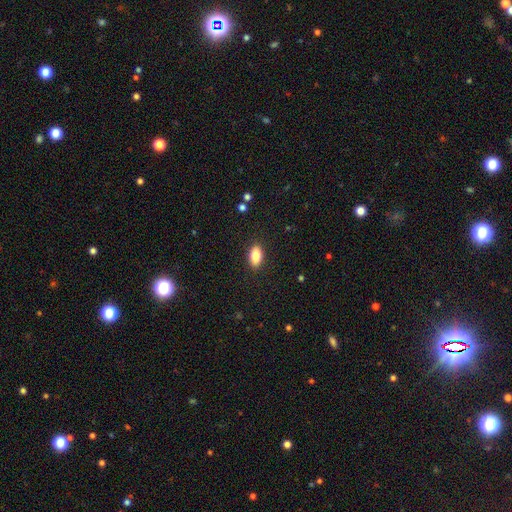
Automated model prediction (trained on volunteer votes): This appears to be a smooth galaxy with no disk features (85%) that is in between round and cigar-shaped (91%). Merging: none (89%).